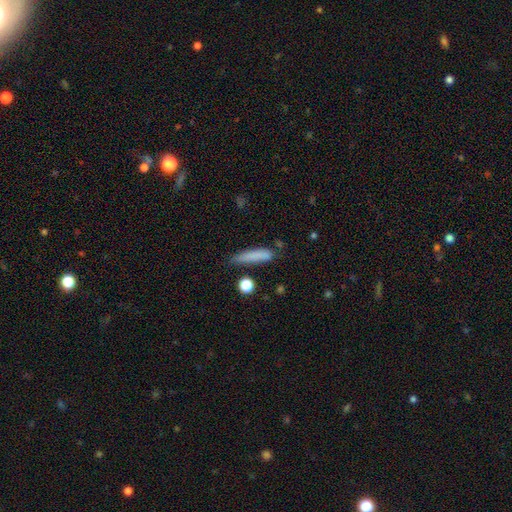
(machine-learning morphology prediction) type=smooth (79%); roundness=cigar-shaped (86%); merging=none (71%).